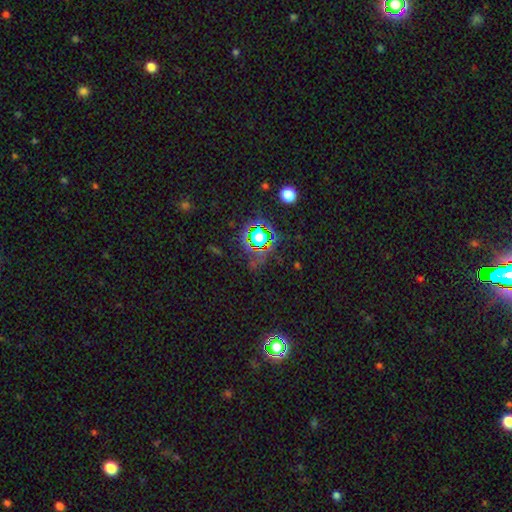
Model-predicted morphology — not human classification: smooth_or_featured: star or artifact (p=0.77) [alt: smooth p=0.15]